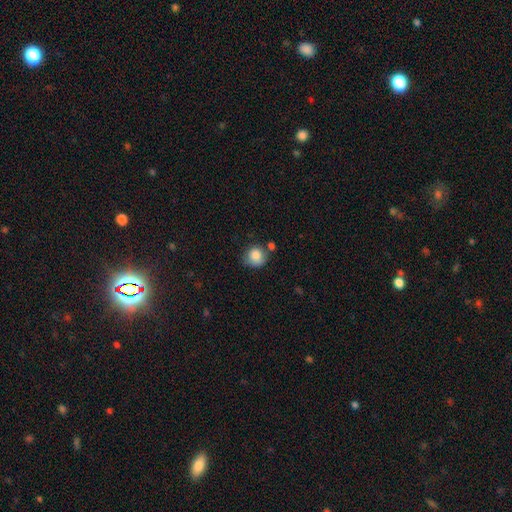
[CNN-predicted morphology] A smooth galaxy with no disk features (85%) that is round (83%).

Vote fractions:
- Smooth or featured? smooth: 85% / star or artifact: 9% / featured or disk: 6%
- How rounded? round: 83% / in between: 16% / cigar-shaped: 1%
- Merging? none: 58% / minor disturbance: 24% / merger: 11% / major disturbance: 7%